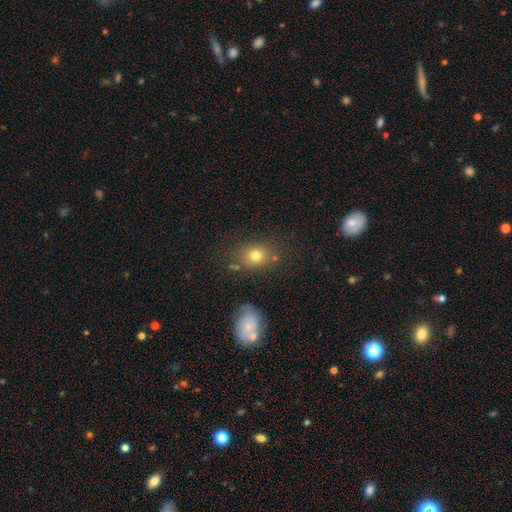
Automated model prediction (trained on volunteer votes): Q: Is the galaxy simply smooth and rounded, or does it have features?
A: smooth — 76%.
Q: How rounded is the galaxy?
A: round — 57%.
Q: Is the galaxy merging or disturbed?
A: none — 73%.